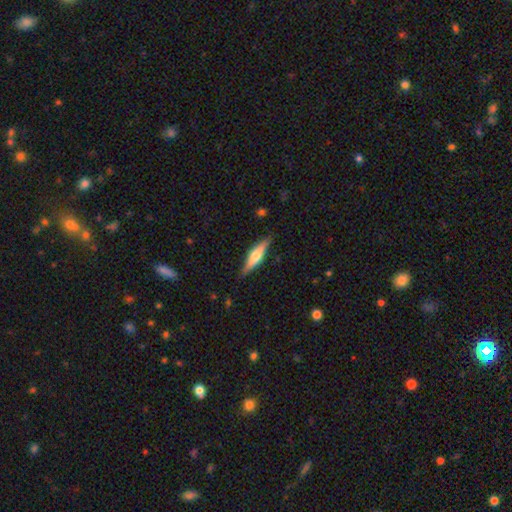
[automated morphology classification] This appears to be a featured or disk galaxy (52%) viewed edge-on (94%). Merging: none (87%).